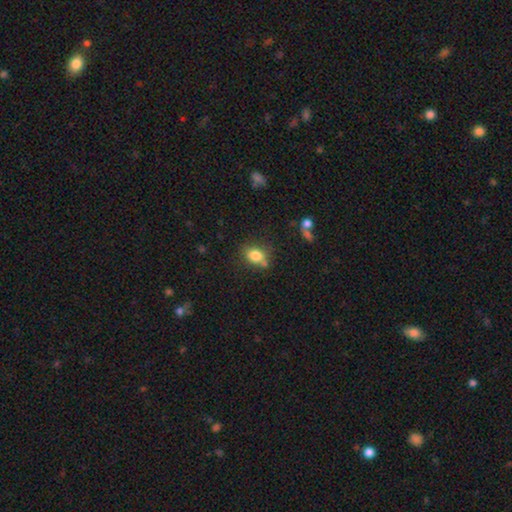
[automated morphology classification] A smooth galaxy with no disk features (81%) that is in between round and cigar-shaped (57%).

Vote fractions:
- Smooth or featured? smooth: 81% / star or artifact: 11% / featured or disk: 8%
- How rounded? in between: 57% / round: 42% / cigar-shaped: 1%
- Merging? none: 66% / minor disturbance: 17% / merger: 12% / major disturbance: 5%